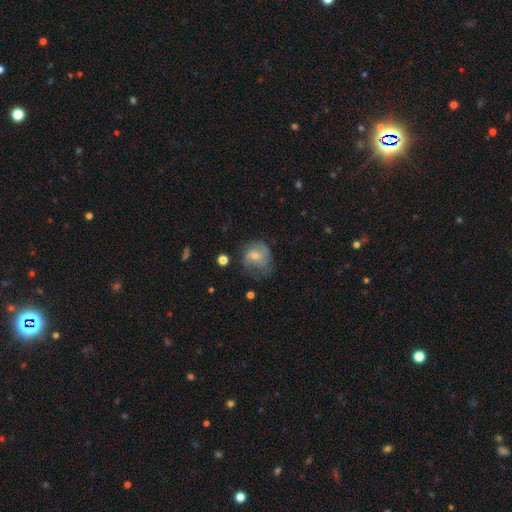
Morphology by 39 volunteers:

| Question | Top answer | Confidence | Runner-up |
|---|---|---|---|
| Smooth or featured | smooth | 64% | featured or disk (28%) |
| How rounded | round | 64% | in between (32%) |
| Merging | major disturbance | 36% | none (33%) |